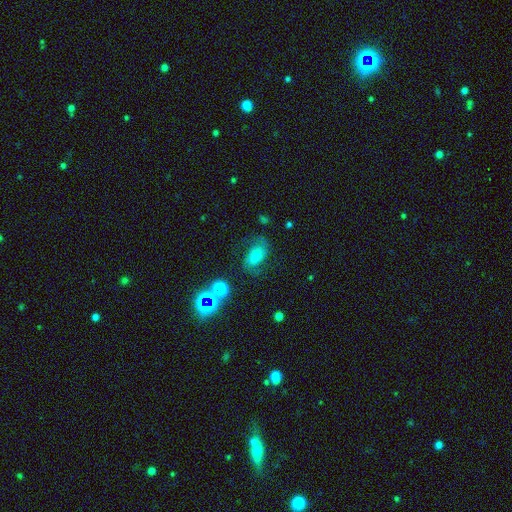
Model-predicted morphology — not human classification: smooth_or_featured: smooth (p=0.48) [alt: featured or disk p=0.37]
merging: none (p=0.62) [alt: minor disturbance p=0.21]